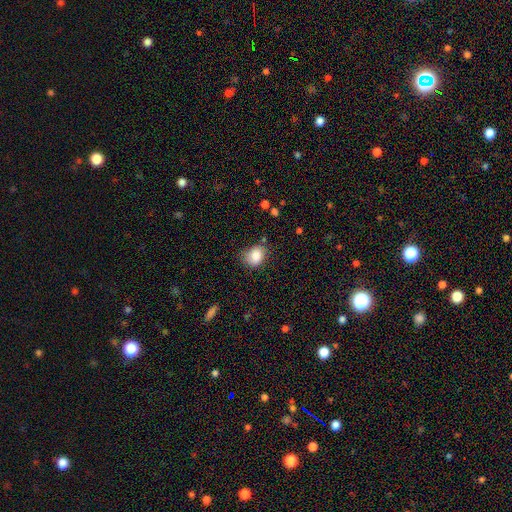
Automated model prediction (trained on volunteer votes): Smooth or featured? smooth (84%)
How rounded? in between (53%)
Merging? none (63%)